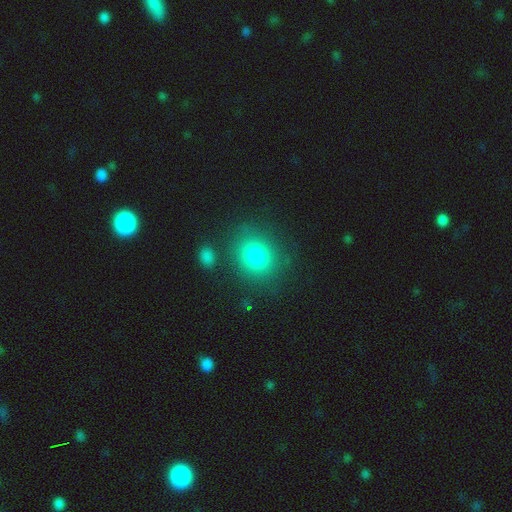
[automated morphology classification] Q: Smooth or featured?
A: smooth (81%); runner-up: star or artifact (11%)
Q: How rounded?
A: round (63%); runner-up: in between (36%)
Q: Merging?
A: none (80%); runner-up: minor disturbance (11%)